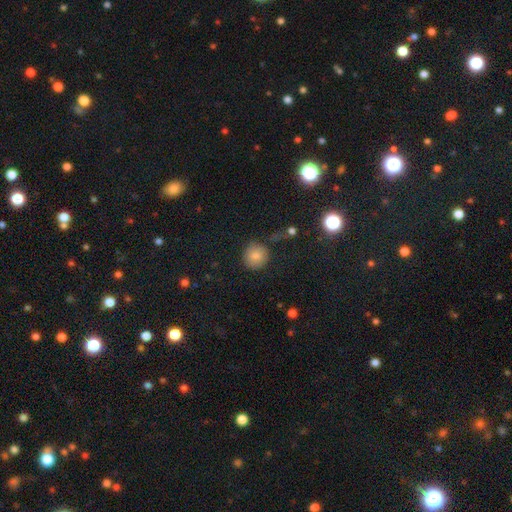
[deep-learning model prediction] Q: Smooth or featured?
A: smooth (81%); runner-up: star or artifact (11%)
Q: How rounded?
A: round (91%); runner-up: in between (8%)
Q: Merging?
A: none (79%); runner-up: minor disturbance (13%)